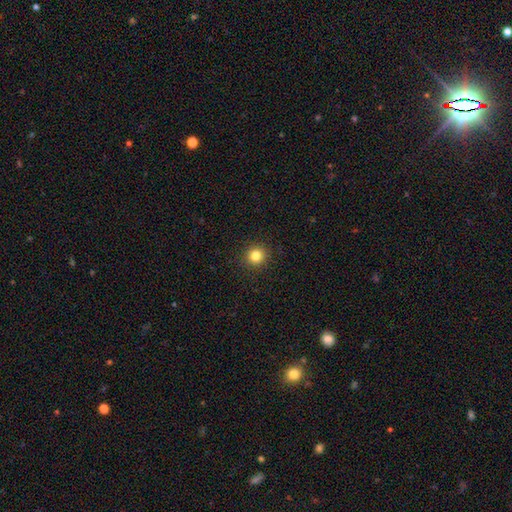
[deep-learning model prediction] smooth 82%, star or artifact 12%, featured or disk 6%. Down the decision tree: how rounded — round (93%); merging — none (92%).